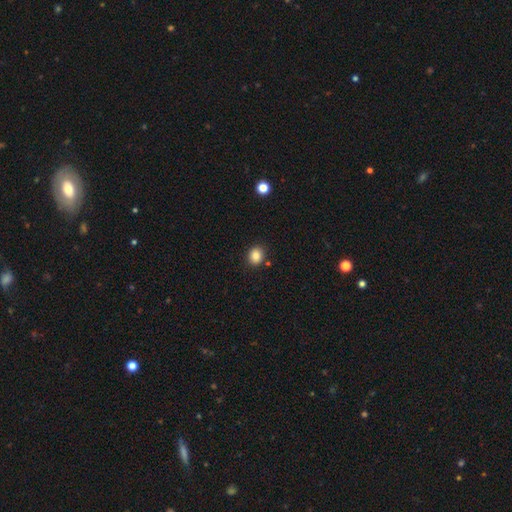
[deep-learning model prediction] smooth_or_featured: smooth (p=0.85) [alt: star or artifact p=0.10]
how_rounded: round (p=0.66) [alt: in between p=0.33]
merging: none (p=0.86) [alt: minor disturbance p=0.08]